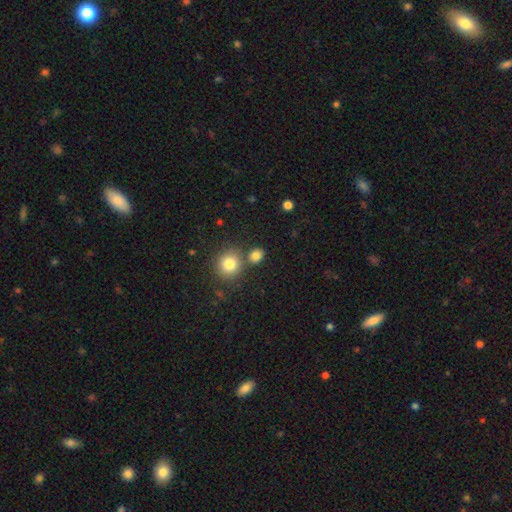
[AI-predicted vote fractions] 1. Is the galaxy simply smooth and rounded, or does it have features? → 81% smooth, 13% star or artifact, 6% featured or disk.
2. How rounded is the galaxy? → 69% round, 30% in between, 1% cigar-shaped.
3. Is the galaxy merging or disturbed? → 72% none, 16% merger, 9% minor disturbance, 3% major disturbance.